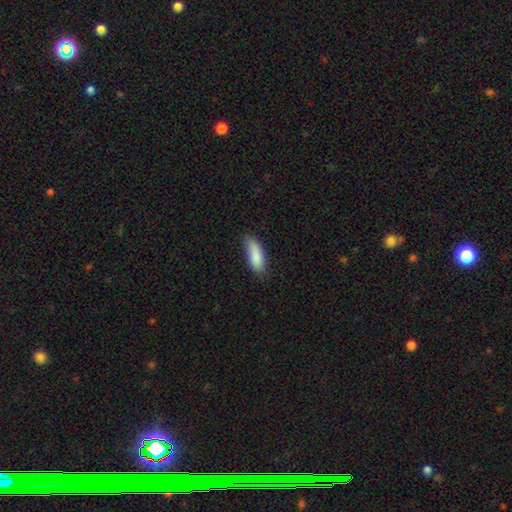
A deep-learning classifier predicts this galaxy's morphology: This is clearly a smooth galaxy (87%). How rounded: likely in between (68%). Merging: likely none (66%).